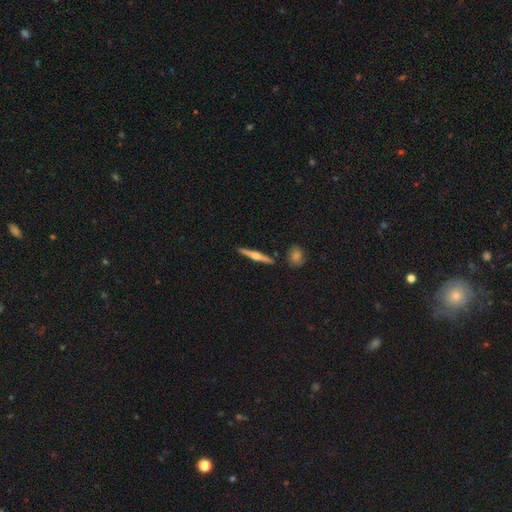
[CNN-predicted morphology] featured or disk 63%, smooth 32%, star or artifact 5%. Down the decision tree: edge-on disk — yes (97%); edge-on bulge — rounded (89%); merging — none (88%).